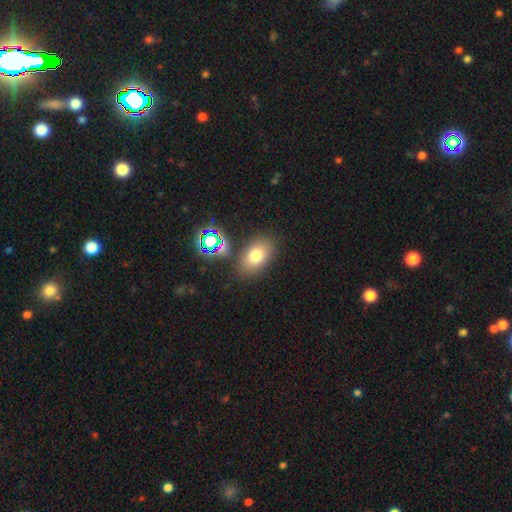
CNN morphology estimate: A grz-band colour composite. It shows a smooth galaxy with no disk features (75%) that is in between round and cigar-shaped (85%). Merging: none (81%).